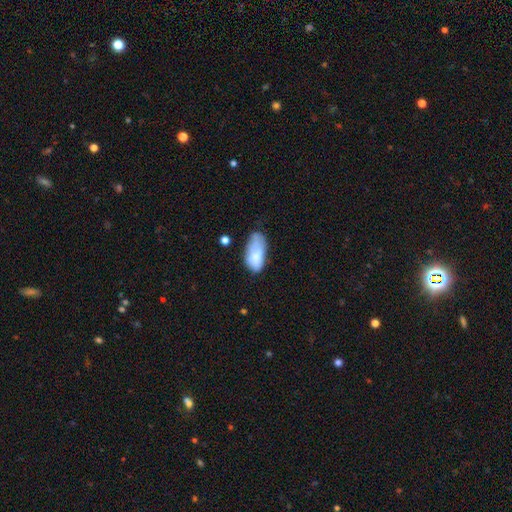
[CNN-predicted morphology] smooth-or-featured: smooth: 71% | featured or disk: 21% | star or artifact: 8%
  how-rounded: in between: 93% | cigar-shaped: 5% | round: 3%
  merging: minor disturbance: 36% (tied) | none: 36% (tied) | major disturbance: 20% | merger: 8%